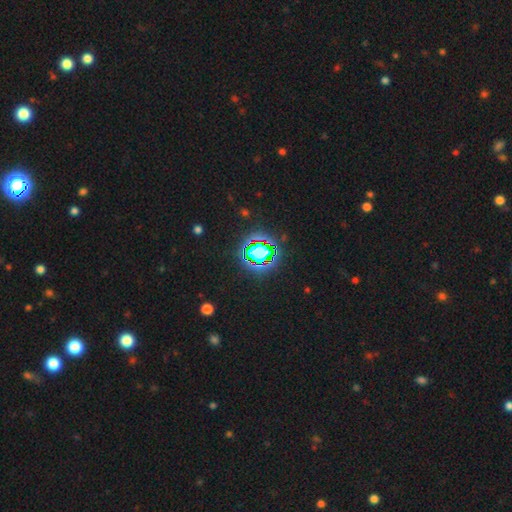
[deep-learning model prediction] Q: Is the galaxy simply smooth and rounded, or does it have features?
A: star or artifact — 81%.